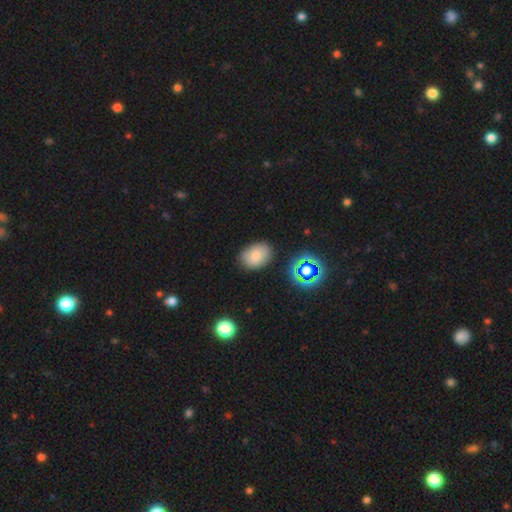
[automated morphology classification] Smooth or featured? Predicted: smooth (p=0.75). How rounded? Predicted: in between (p=0.72). Merging? Predicted: none (p=0.81).